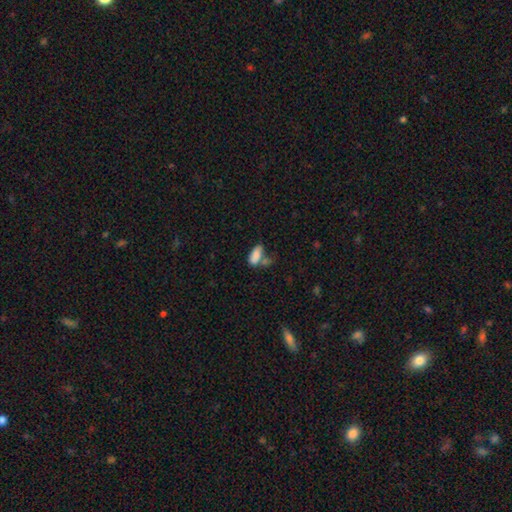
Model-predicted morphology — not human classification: Smooth or featured?
  - smooth: 79% *
  - featured or disk: 12%
  - star or artifact: 9%
How rounded?
  - in between: 87% *
  - cigar-shaped: 9%
  - round: 4%
Merging?
  - merger: 36% *
  - none: 34%
  - minor disturbance: 20%
  - major disturbance: 10%